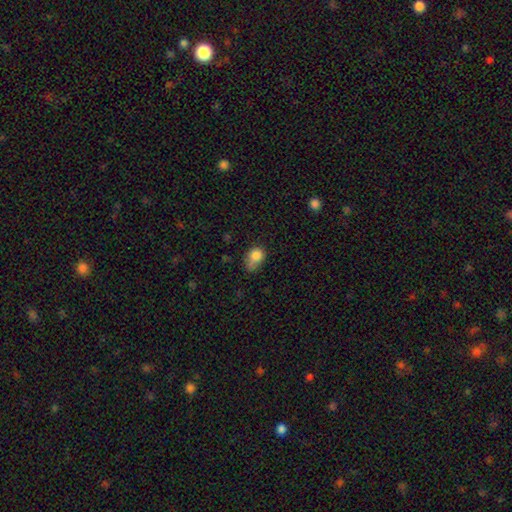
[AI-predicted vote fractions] Smooth or featured? Predicted: smooth (p=0.81). How rounded? Predicted: in between (p=0.56). Merging? Predicted: minor disturbance (p=0.39).